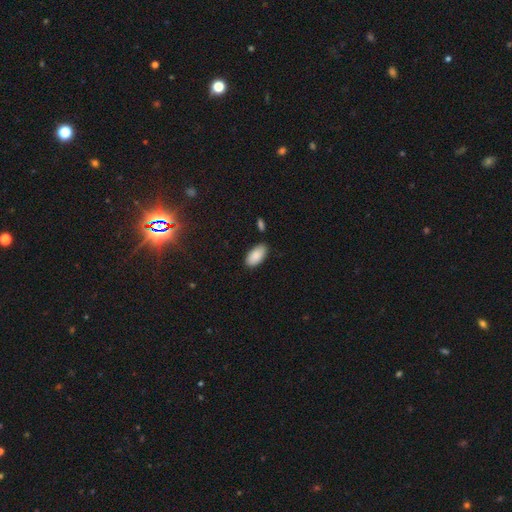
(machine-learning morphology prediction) A smooth galaxy with no disk features (88%) that is in between round and cigar-shaped (95%). Merging: none (80%).